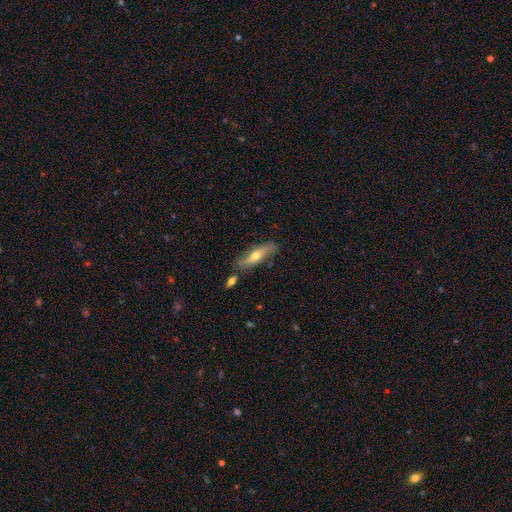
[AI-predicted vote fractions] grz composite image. It shows a featured or disk galaxy (55%) viewed edge-on (64%). Merging: none (74%).